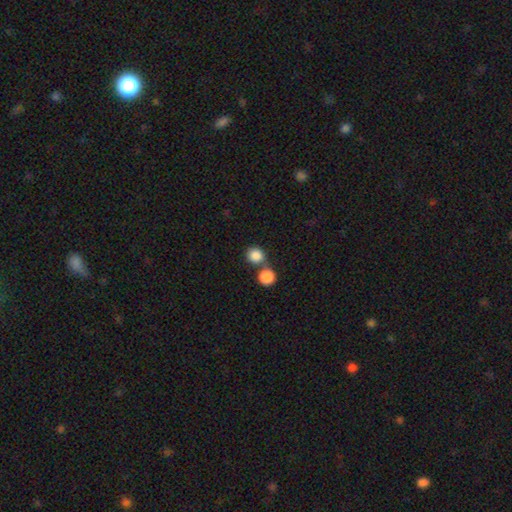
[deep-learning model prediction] A smooth galaxy with no disk features (86%) that is round (88%).

Vote fractions:
- Smooth or featured? smooth: 86% / star or artifact: 9% / featured or disk: 5%
- How rounded? round: 88% / in between: 11% / cigar-shaped: 1%
- Merging? none: 54% / merger: 36% / minor disturbance: 7% / major disturbance: 3%